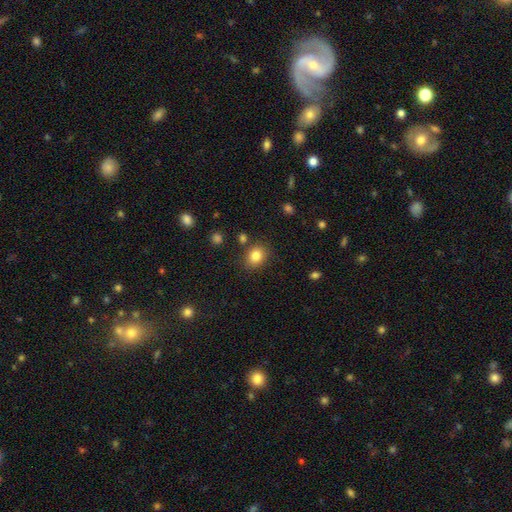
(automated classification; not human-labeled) Morphology: type=smooth (83%); roundness=round (53%); merging=none (82%).